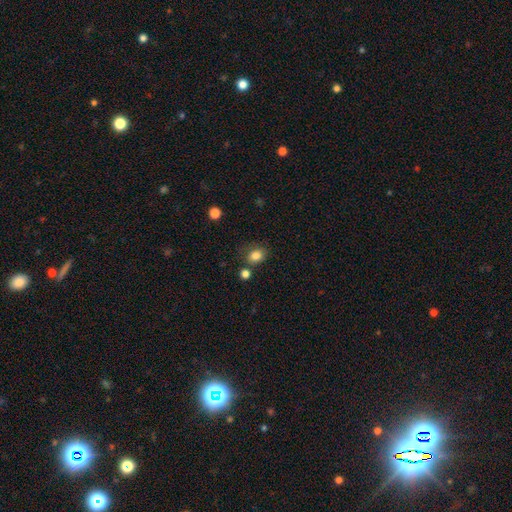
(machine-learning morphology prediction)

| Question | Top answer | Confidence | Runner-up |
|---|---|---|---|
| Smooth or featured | smooth | 83% | star or artifact (11%) |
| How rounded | in between | 50% | tied: round (50%) |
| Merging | none | 69% | minor disturbance (17%) |